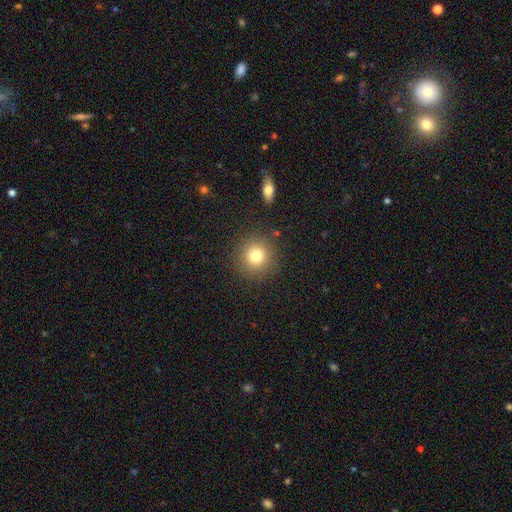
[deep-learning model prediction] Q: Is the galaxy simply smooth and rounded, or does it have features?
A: smooth — 79%.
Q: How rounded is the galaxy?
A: round — 93%.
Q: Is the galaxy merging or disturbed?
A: none — 88%.